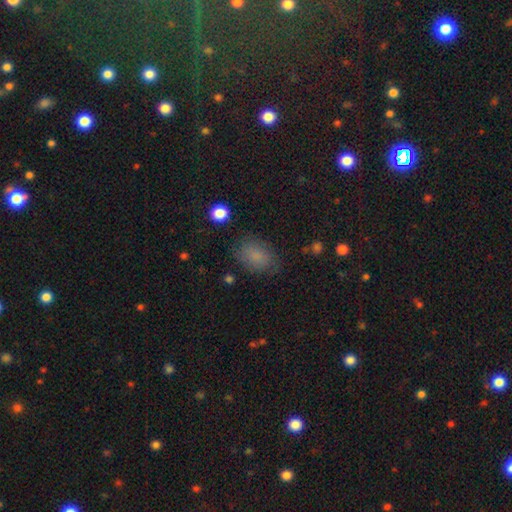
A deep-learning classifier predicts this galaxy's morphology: Smooth or featured? smooth (78%)
How rounded? in between (78%)
Merging? none (76%)